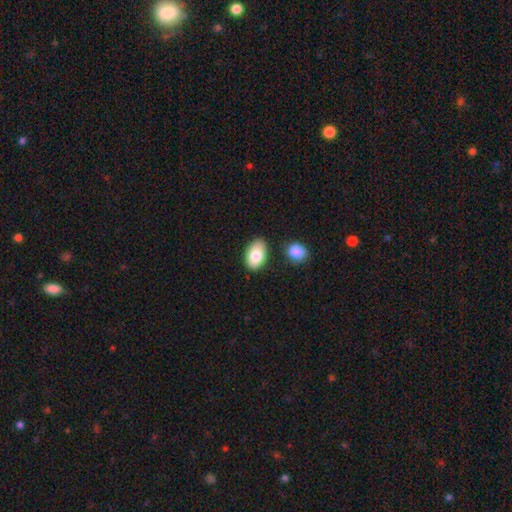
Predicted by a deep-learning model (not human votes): smooth-or-featured: smooth: 83% | featured or disk: 10% | star or artifact: 6%
  how-rounded: in between: 92% | round: 7% | cigar-shaped: 1%
  merging: none: 78% | minor disturbance: 12% | merger: 7% | major disturbance: 3%